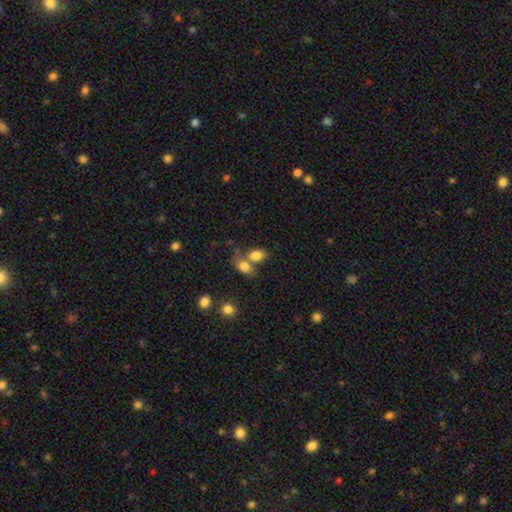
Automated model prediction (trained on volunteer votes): A smooth galaxy with no disk features (81%) that is in between round and cigar-shaped (76%). Merging: merger (49%).